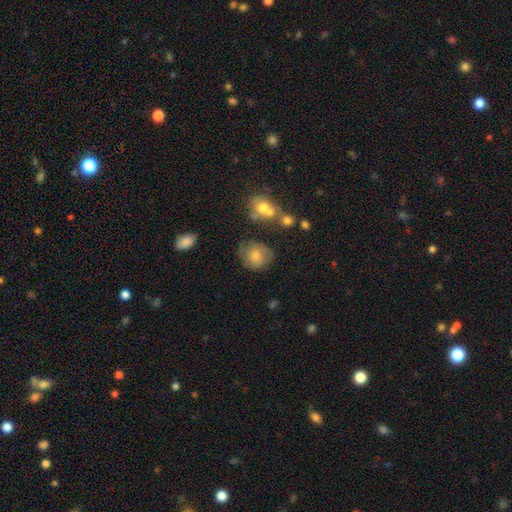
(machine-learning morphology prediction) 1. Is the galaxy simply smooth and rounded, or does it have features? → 62% smooth, 28% featured or disk, 9% star or artifact.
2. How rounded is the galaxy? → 76% round, 23% in between, 1% cigar-shaped.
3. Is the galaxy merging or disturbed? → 58% none, 24% minor disturbance, 10% major disturbance, 8% merger.